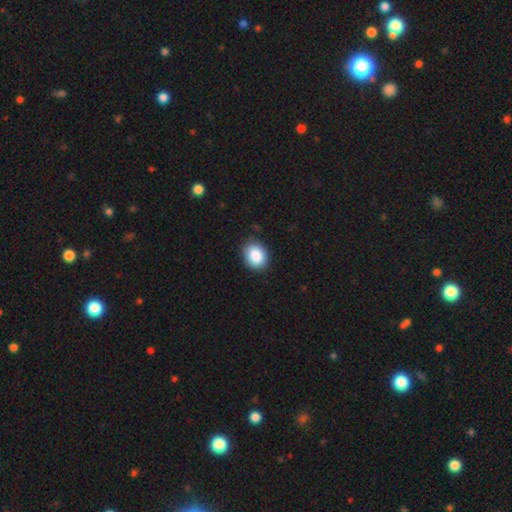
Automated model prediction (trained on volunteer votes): smooth-or-featured: smooth: 88% | star or artifact: 8% | featured or disk: 4%
  how-rounded: in between: 53% | round: 46% | cigar-shaped: 1%
  merging: none: 84% | minor disturbance: 12% | major disturbance: 2% | merger: 1%